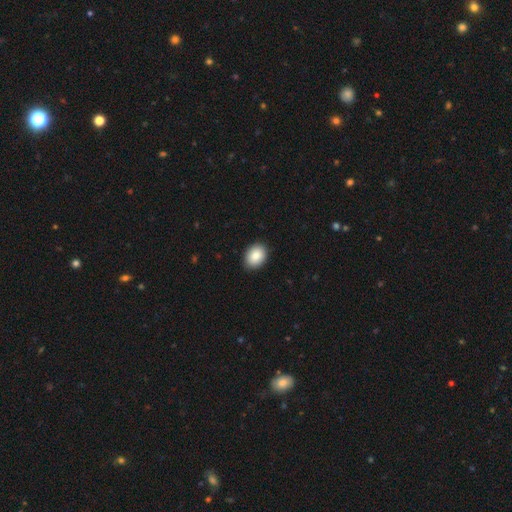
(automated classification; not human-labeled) Overall: smooth (87%). How rounded: in between (72%). Merging: none (89%).